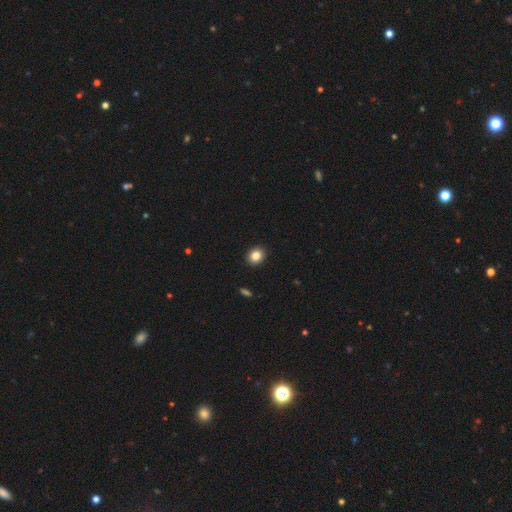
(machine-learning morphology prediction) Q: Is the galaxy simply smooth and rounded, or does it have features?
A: smooth — 86%.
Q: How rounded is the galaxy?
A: round — 63%.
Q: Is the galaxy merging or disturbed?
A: none — 91%.